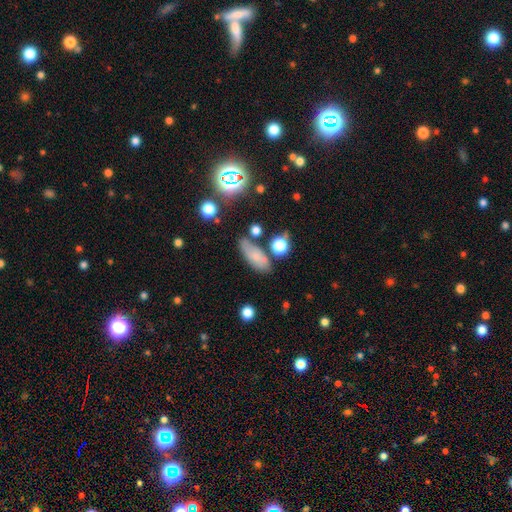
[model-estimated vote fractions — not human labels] Morphology: type=smooth (69%); roundness=in between (73%); merging=none (64%).